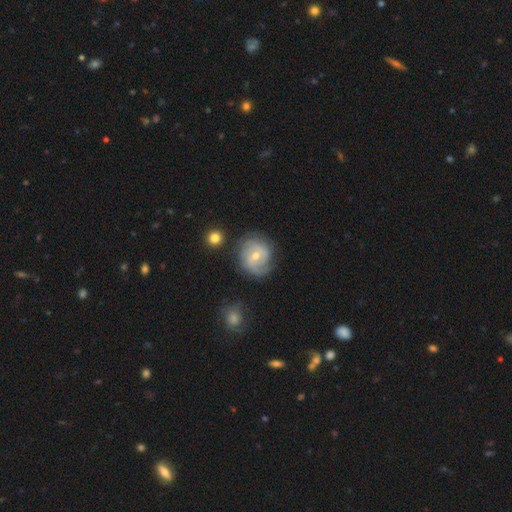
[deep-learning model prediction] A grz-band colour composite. It shows a featured or disk galaxy (78%) with no bar (49%), 2 (45%) tight (59%) spiral arms (94%) and a moderate central bulge (57%). Merging: none (71%).